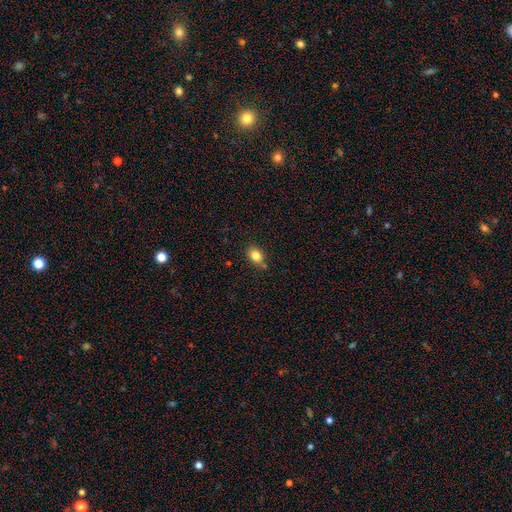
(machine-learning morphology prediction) smooth-or-featured: smooth: 83% | star or artifact: 10% | featured or disk: 7%
  how-rounded: in between: 60% | round: 39% | cigar-shaped: 1%
  merging: none: 74% | minor disturbance: 16% | merger: 6% | major disturbance: 3%